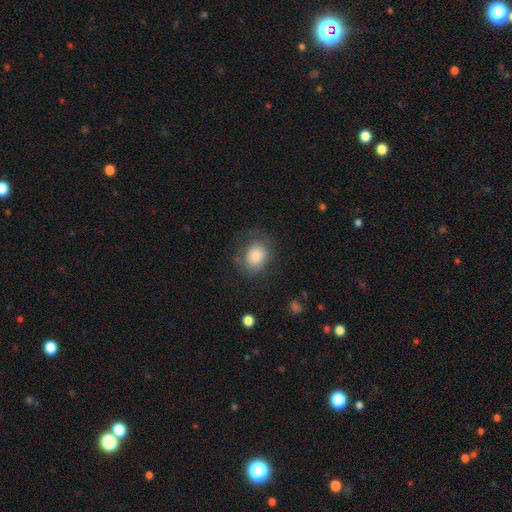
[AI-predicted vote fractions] Overall: smooth (81%). How rounded: round (52%; in between 47%). Merging: none (67%).